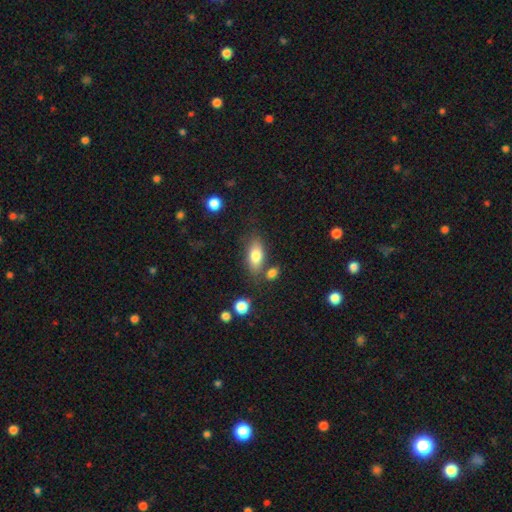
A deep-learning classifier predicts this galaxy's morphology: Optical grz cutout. It shows a smooth galaxy with no disk features (79%) that is in between round and cigar-shaped (84%). Merging: none (70%).